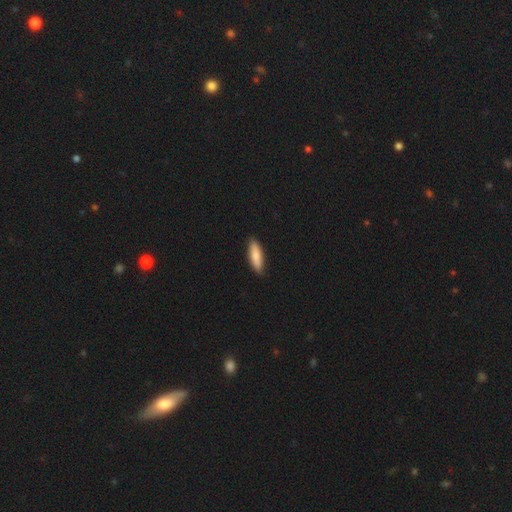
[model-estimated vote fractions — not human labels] smooth_or_featured: smooth (p=0.82) [alt: featured or disk p=0.13]
how_rounded: cigar-shaped (p=0.53) [alt: in between p=0.45]
merging: none (p=0.89) [alt: minor disturbance p=0.08]